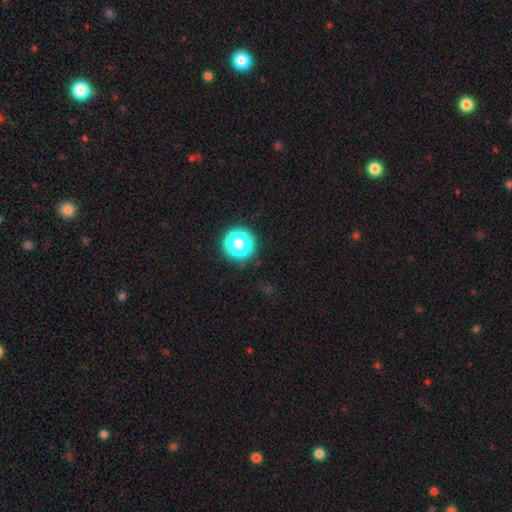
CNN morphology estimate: Overall: star or artifact (70%).